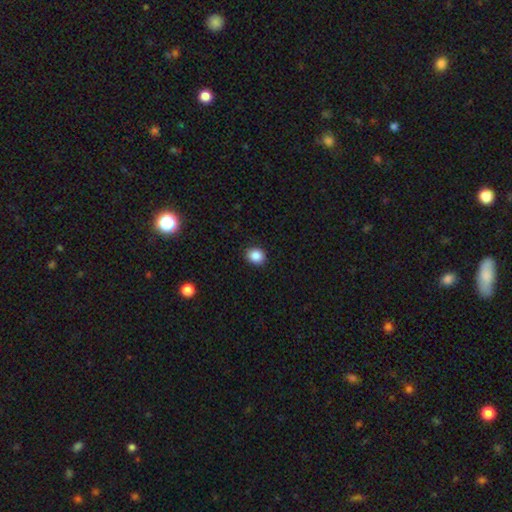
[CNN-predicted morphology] smooth-or-featured: smooth: 87% | star or artifact: 9% | featured or disk: 3%
  how-rounded: round: 64% | in between: 35% | cigar-shaped: 1%
  merging: none: 91% | minor disturbance: 7% | major disturbance: 2% | merger: 1%